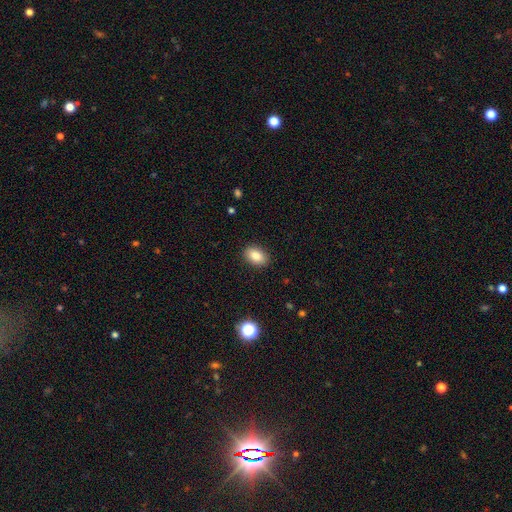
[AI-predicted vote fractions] Q: Smooth or featured?
A: smooth (85%); runner-up: star or artifact (9%)
Q: How rounded?
A: in between (86%); runner-up: round (13%)
Q: Merging?
A: none (89%); runner-up: minor disturbance (8%)